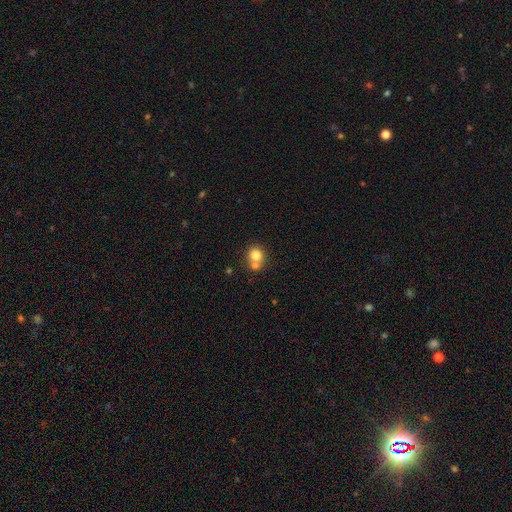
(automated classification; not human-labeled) Q: Smooth or featured?
A: smooth (78%); runner-up: featured or disk (11%)
Q: How rounded?
A: round (82%); runner-up: in between (17%)
Q: Merging?
A: merger (45%); tied with: none (45%)